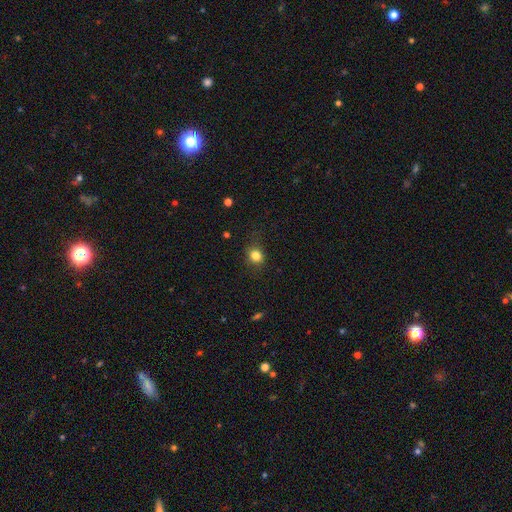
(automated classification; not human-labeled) smooth_or_featured: smooth (p=0.82) [alt: star or artifact p=0.12]
how_rounded: round (p=0.69) [alt: in between p=0.30]
merging: none (p=0.79) [alt: minor disturbance p=0.15]